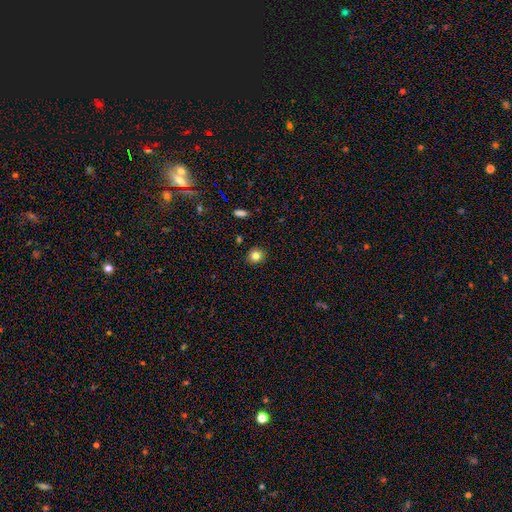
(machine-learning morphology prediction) Smooth or featured? Predicted: smooth (p=0.81). How rounded? Predicted: round (p=0.87). Merging? Predicted: none (p=0.90).